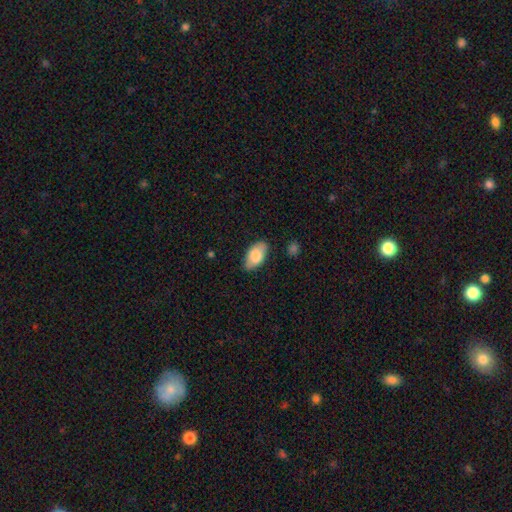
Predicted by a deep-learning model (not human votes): Overall: smooth (80%). How rounded: in between (94%). Merging: none (79%).